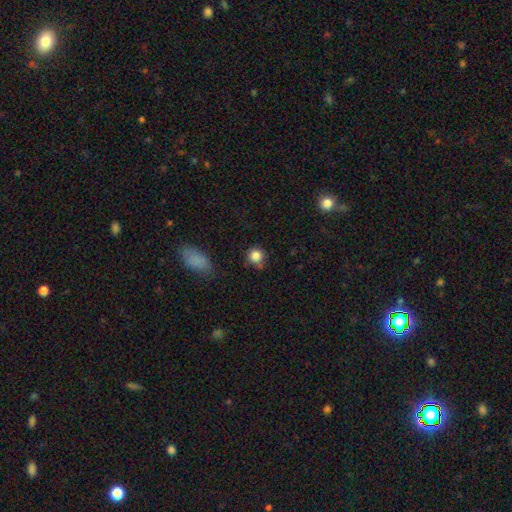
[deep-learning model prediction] This is clearly a smooth galaxy (83%). How rounded: clearly round (89%). Merging: likely none (73%).